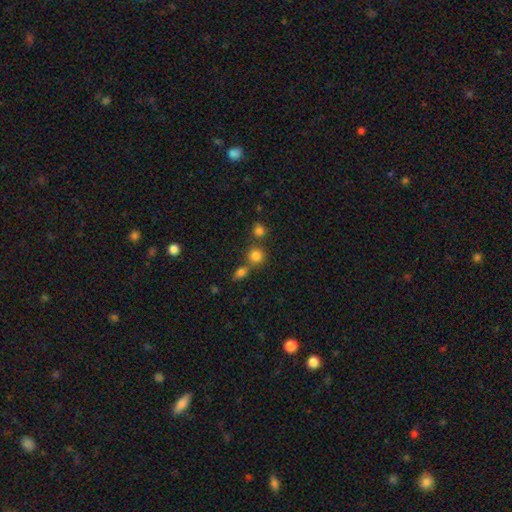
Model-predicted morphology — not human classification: A smooth galaxy with no disk features (79%) that is round (86%). Merging: none (61%).